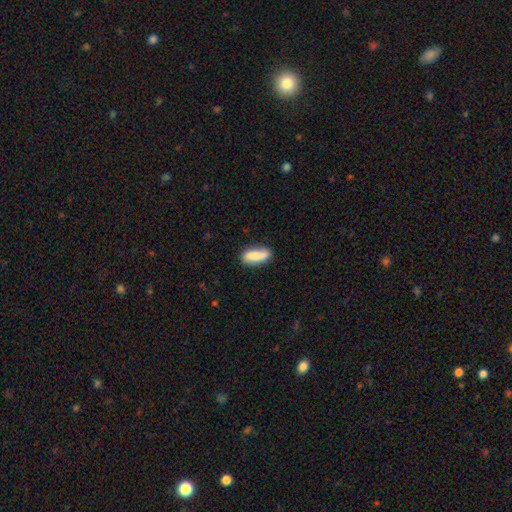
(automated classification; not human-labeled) Smooth or featured? smooth (67%)
How rounded? in between (70%)
Merging? none (77%)